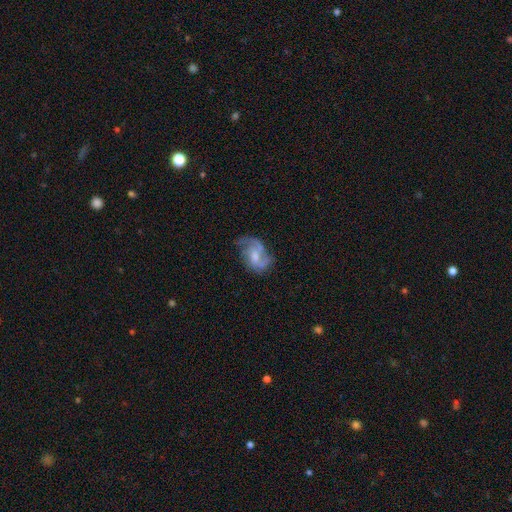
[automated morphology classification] Smooth or featured? Predicted: featured or disk (p=0.71). Edge-on disk? Predicted: no (p=0.97). Bar? Predicted: no (p=0.56). Spiral arms? Predicted: yes (p=0.86). Spiral winding? Predicted: medium (p=0.45). Spiral arm count? Predicted: 2 (p=0.46). Bulge size? Predicted: moderate (p=0.53). Merging? Predicted: none (p=0.45).